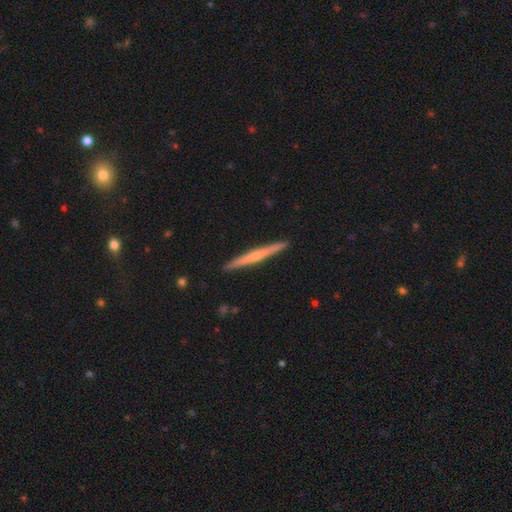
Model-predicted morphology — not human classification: type=featured or disk (66%); edge-on=yes (98%); edge-on bulge=rounded (62%); merging=none (90%).